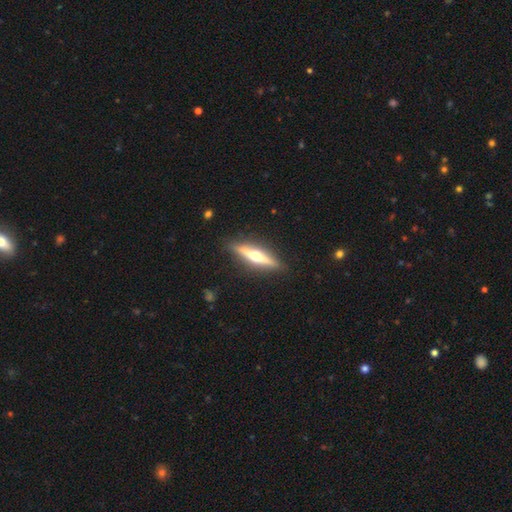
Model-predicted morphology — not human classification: A featured or disk galaxy (70%) viewed edge-on (96%) with a rounded central bulge (95%). Merging: none (90%).